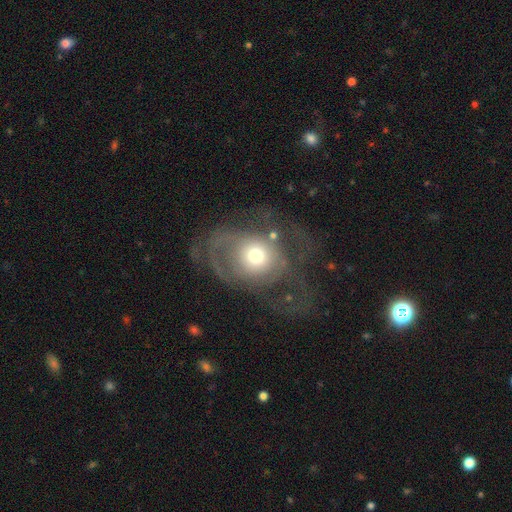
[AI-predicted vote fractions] smooth-or-featured: featured or disk: 51% | smooth: 40% | star or artifact: 8%
  disk-edge-on: no: 96% | yes: 4%
  merging: major disturbance: 51% | none: 30% | minor disturbance: 15% | merger: 3%